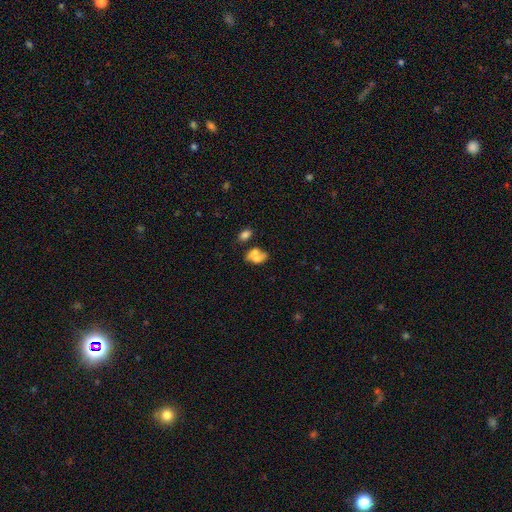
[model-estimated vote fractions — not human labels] A smooth galaxy with no disk features (60%) that is in between round and cigar-shaped (82%).

Vote fractions:
- Smooth or featured? smooth: 60% / featured or disk: 30% / star or artifact: 10%
- How rounded? in between: 82% / round: 16% / cigar-shaped: 2%
- Merging? merger: 49% / none: 27% / minor disturbance: 15% / major disturbance: 10%